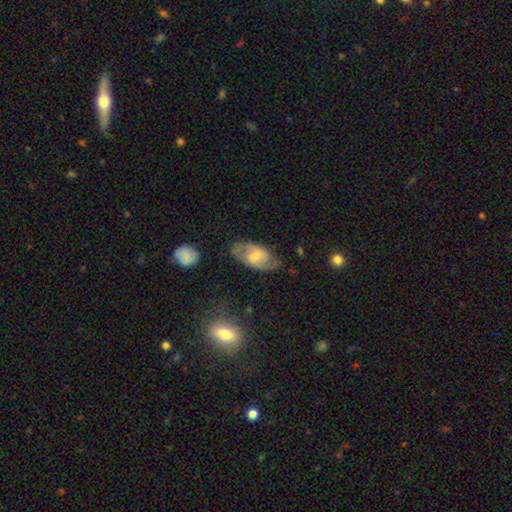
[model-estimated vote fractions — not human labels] Q: Smooth or featured?
A: featured or disk (61%); runner-up: smooth (32%)
Q: Edge-on disk?
A: no (92%); runner-up: yes (8%)
Q: Bar?
A: weak (51%); runner-up: no (32%)
Q: Spiral arms?
A: yes (77%); runner-up: no (23%)
Q: Bulge size?
A: small (48%); runner-up: moderate (41%)
Q: Merging?
A: none (73%); runner-up: minor disturbance (18%)